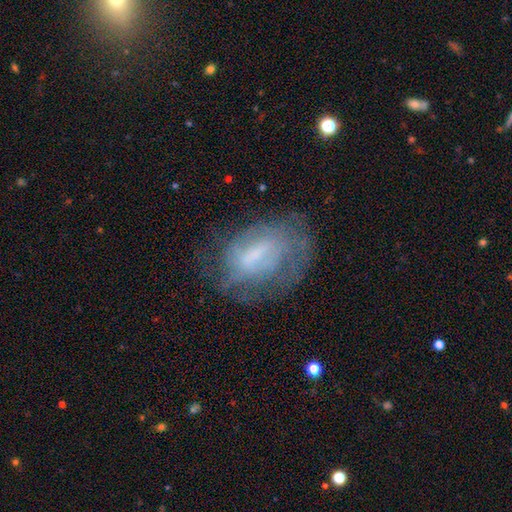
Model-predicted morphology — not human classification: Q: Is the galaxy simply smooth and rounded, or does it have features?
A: featured or disk — 57%.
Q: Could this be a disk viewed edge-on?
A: no — 95%.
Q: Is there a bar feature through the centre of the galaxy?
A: weak — 47%.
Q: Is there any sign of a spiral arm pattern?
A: yes — 54%.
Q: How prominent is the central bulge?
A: small — 41%.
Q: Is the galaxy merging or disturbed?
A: none — 57%.